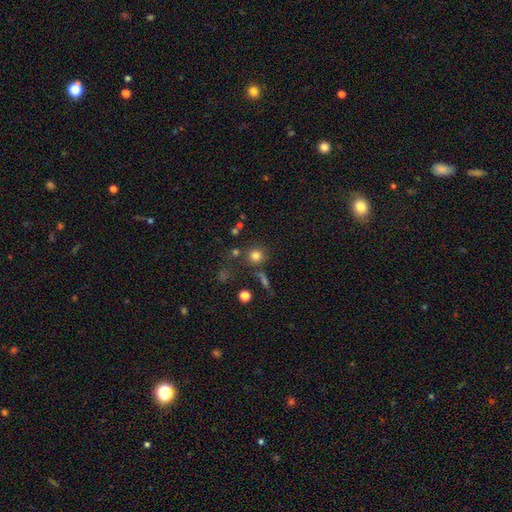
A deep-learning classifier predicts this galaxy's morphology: Smooth or featured: smooth — 77% (star or artifact — 15%)
How rounded: round — 91% (in between — 8%)
Merging: none — 76% (merger — 10%)